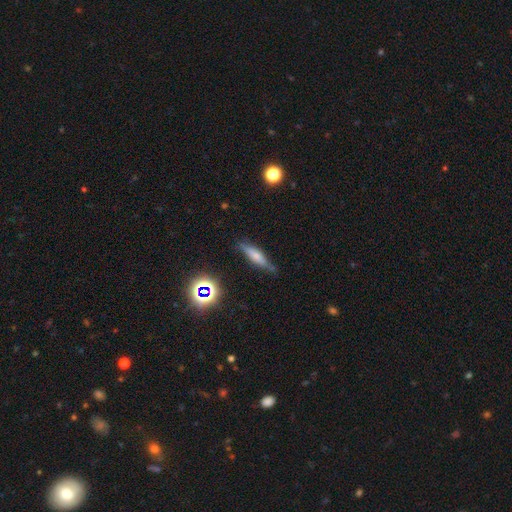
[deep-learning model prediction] smooth_or_featured: featured or disk (p=0.44) [alt: smooth p=0.43]
merging: none (p=0.76) [alt: minor disturbance p=0.18]